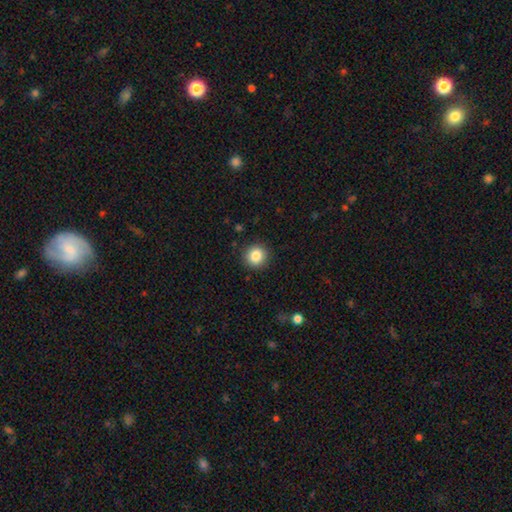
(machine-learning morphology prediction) A smooth galaxy with no disk features (85%) that is round (93%). Merging: none (91%).